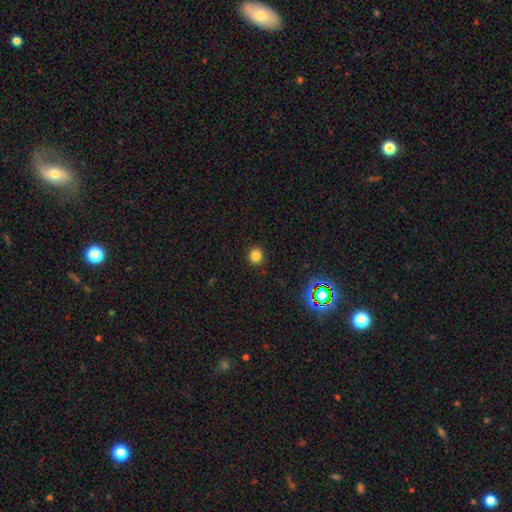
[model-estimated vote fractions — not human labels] smooth 81%, star or artifact 14%, featured or disk 5%. Down the decision tree: how rounded — round (85%); merging — none (90%).